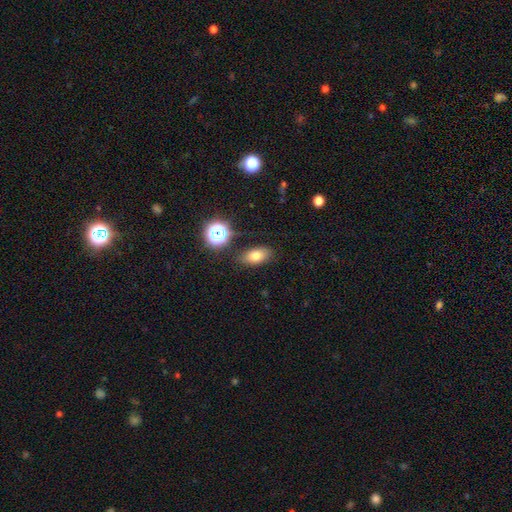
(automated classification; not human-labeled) Smooth or featured?
  - smooth: 74% *
  - star or artifact: 13%
  - featured or disk: 13%
How rounded?
  - in between: 85% *
  - round: 11%
  - cigar-shaped: 4%
Merging?
  - none: 82% *
  - minor disturbance: 11%
  - major disturbance: 3%
  - merger: 3%